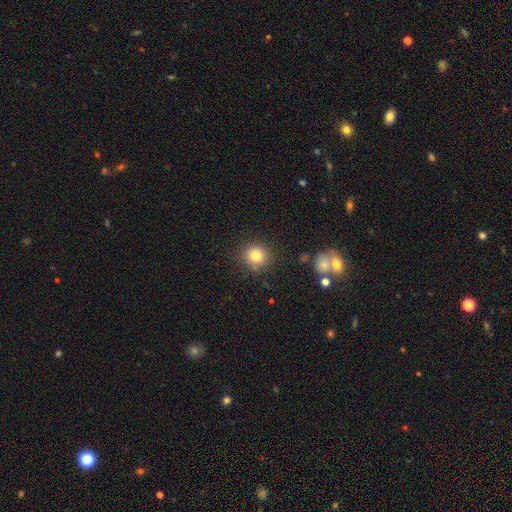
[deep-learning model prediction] Morphology: type=smooth (80%); roundness=round (91%); merging=none (87%).